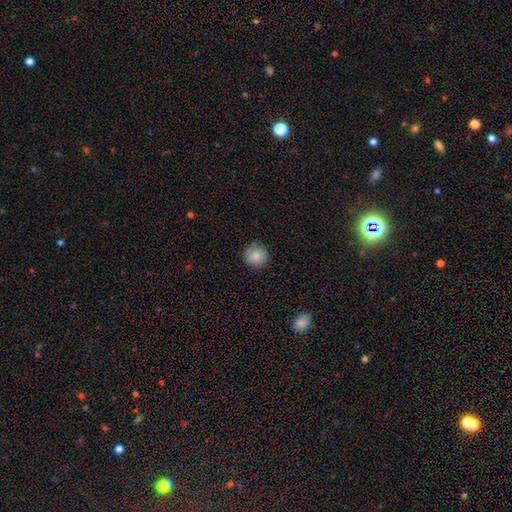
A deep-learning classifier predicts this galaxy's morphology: smooth_or_featured: smooth (p=0.76) [alt: featured or disk p=0.16]
how_rounded: round (p=0.91) [alt: in between p=0.08]
merging: none (p=0.82) [alt: minor disturbance p=0.14]